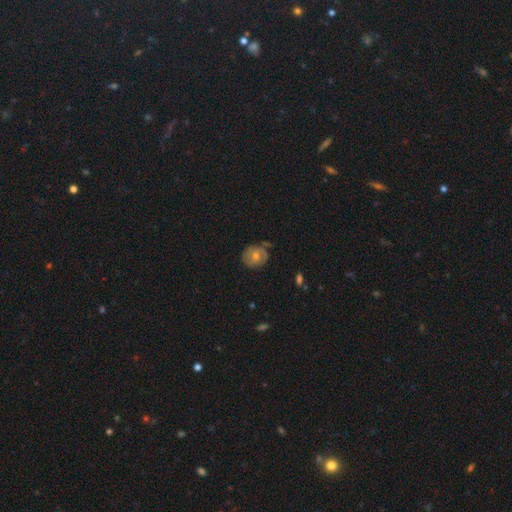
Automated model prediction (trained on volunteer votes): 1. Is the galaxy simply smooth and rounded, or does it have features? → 53% featured or disk, 37% smooth, 10% star or artifact.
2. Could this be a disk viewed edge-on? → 96% no, 4% yes.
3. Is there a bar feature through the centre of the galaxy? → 76% no, 20% weak, 4% strong.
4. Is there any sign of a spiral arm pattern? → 66% yes, 34% no.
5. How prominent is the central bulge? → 63% moderate, 32% small, 2% large, 1% none, 1% dominant.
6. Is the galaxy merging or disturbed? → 70% none, 21% minor disturbance, 6% major disturbance, 3% merger.